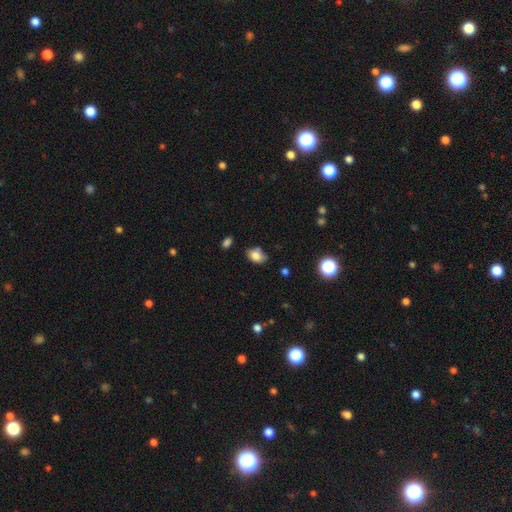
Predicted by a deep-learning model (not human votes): Morphology: type=smooth (78%); roundness=in between (75%); merging=none (60%).